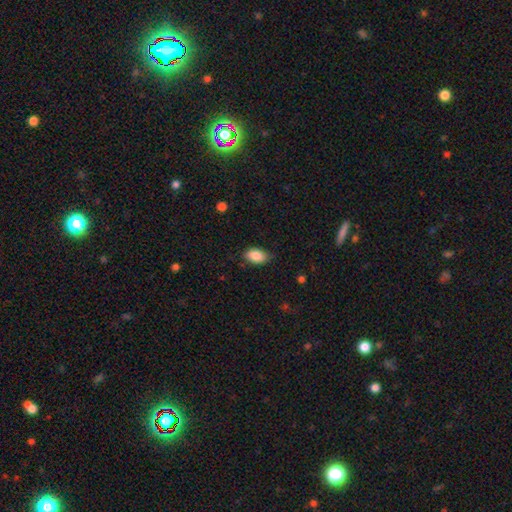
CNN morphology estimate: A smooth galaxy with no disk features (86%) that is in between round and cigar-shaped (91%). Merging: none (77%).